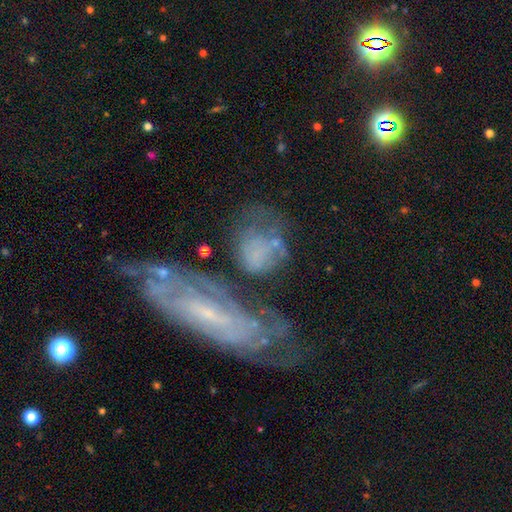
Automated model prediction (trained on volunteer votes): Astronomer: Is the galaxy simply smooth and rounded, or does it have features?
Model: featured or disk — 48% (runner-up: smooth, 41%).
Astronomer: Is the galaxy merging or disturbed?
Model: none — 38% (runner-up: minor disturbance, 21%).